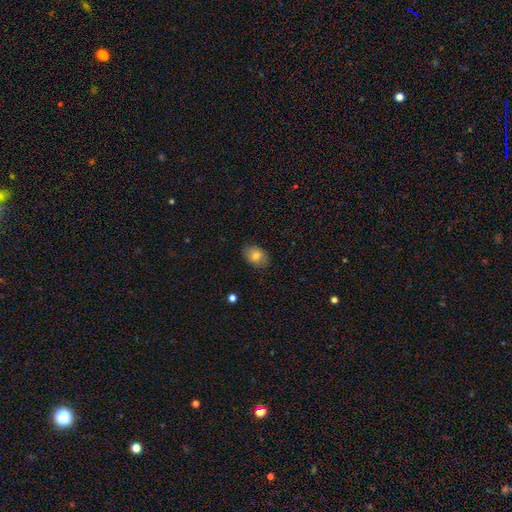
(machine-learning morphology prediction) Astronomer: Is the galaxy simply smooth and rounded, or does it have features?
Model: smooth — 78%.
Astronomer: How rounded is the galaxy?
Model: in between — 72%.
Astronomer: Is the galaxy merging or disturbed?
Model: none — 83%.